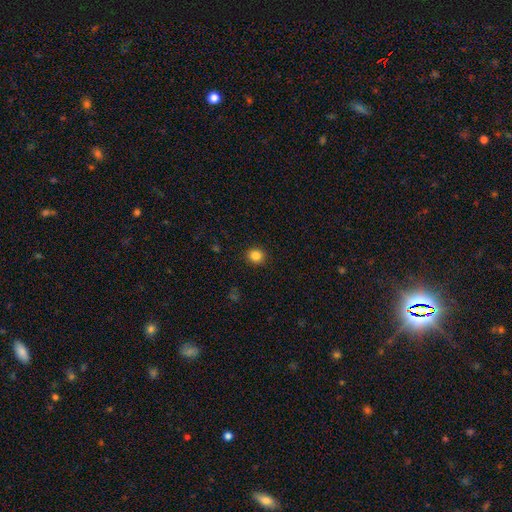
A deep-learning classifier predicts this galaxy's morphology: smooth 84%, star or artifact 11%, featured or disk 5%. Down the decision tree: how rounded — round (88%); merging — none (91%).